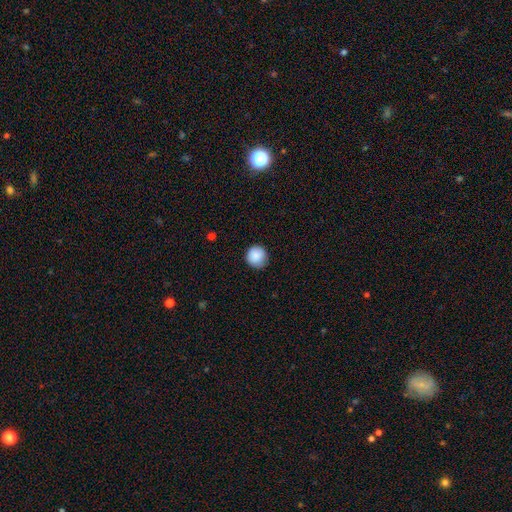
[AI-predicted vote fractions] A smooth galaxy with no disk features (88%) that is round (93%). Merging: none (84%).